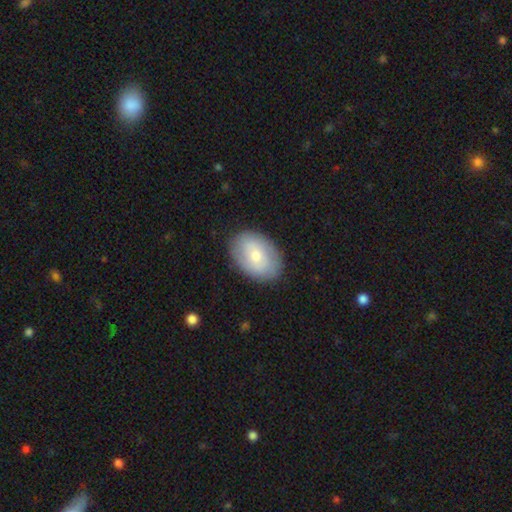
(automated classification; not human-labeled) This appears to be a smooth galaxy with no disk features (63%) that is in between round and cigar-shaped (84%). Merging: none (85%).